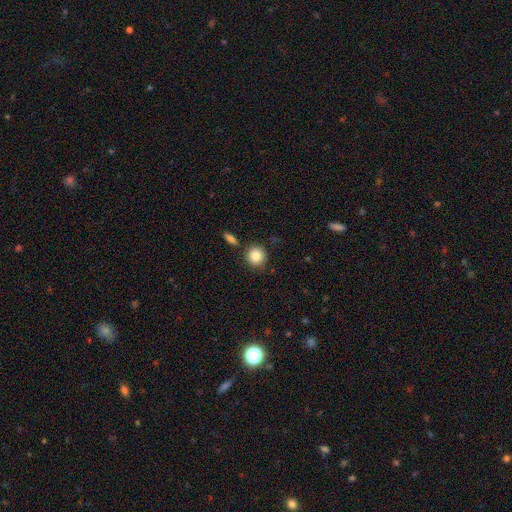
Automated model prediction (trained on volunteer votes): Smooth or featured? smooth (86%)
How rounded? round (89%)
Merging? none (81%)